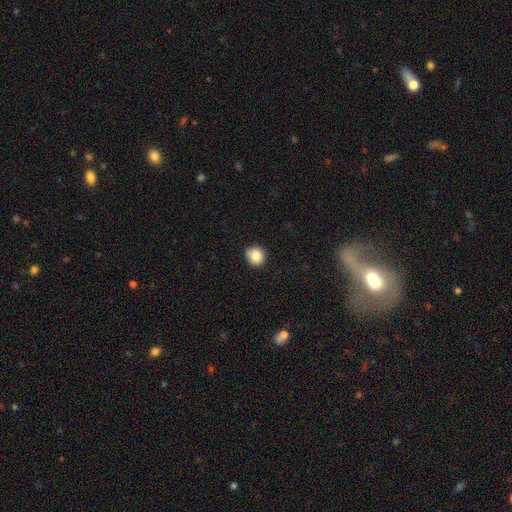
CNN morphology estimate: Smooth or featured? smooth (85%)
How rounded? round (88%)
Merging? none (84%)